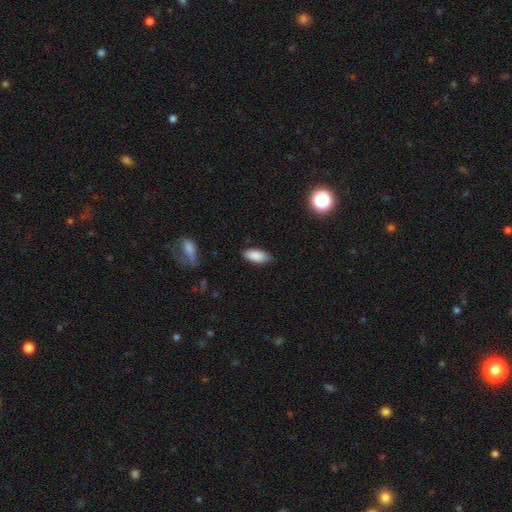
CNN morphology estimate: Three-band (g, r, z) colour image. It shows a smooth galaxy with no disk features (88%) that is in between round and cigar-shaped (89%). Merging: none (82%).